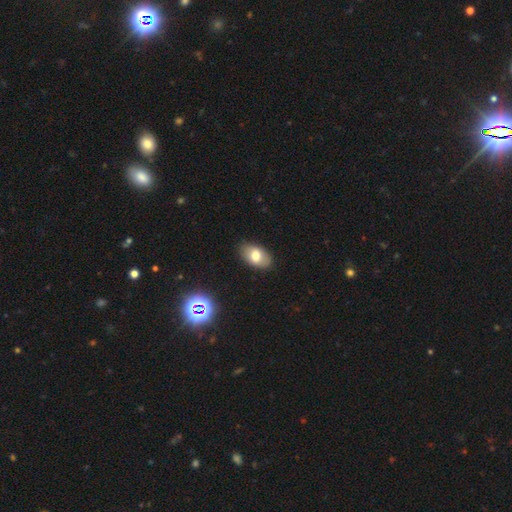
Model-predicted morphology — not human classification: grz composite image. It shows a smooth galaxy with no disk features (73%) that is in between round and cigar-shaped (91%). Merging: none (85%).